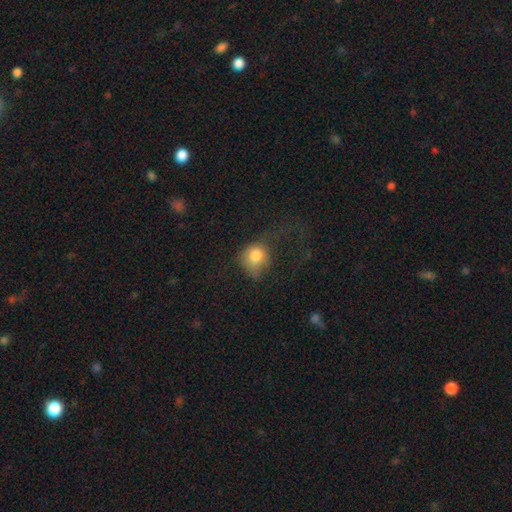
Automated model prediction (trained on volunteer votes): Overall: smooth (78%). How rounded: round (70%). Merging: major disturbance (41%; none 30%).